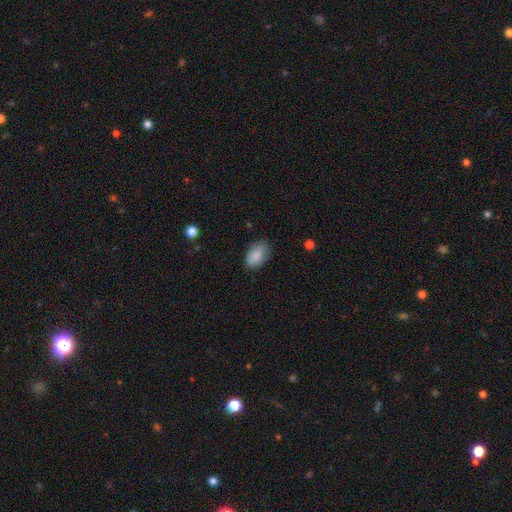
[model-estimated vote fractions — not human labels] smooth_or_featured: smooth (p=0.87) [alt: star or artifact p=0.07]
how_rounded: in between (p=0.90) [alt: round p=0.09]
merging: none (p=0.76) [alt: minor disturbance p=0.19]